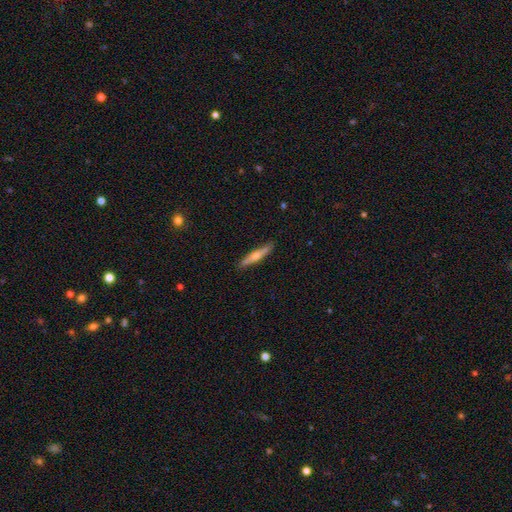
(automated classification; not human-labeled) Smooth or featured?
  - featured or disk: 58% *
  - smooth: 36%
  - star or artifact: 6%
Edge-on disk?
  - yes: 96% *
  - no: 4%
Edge-on bulge?
  - rounded: 89% *
  - none: 8%
  - boxy: 3%
Merging?
  - none: 90% *
  - minor disturbance: 8%
  - major disturbance: 1%
  - merger: 1%